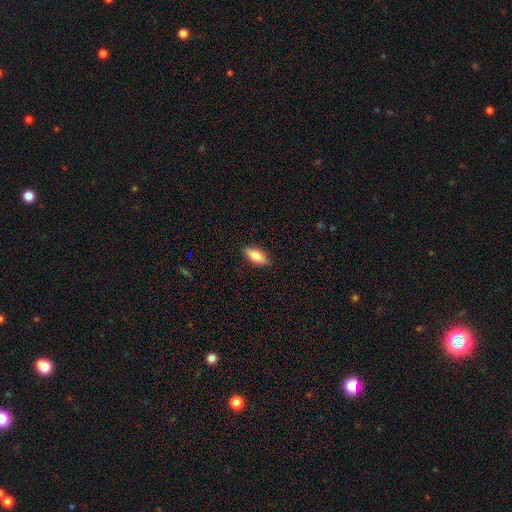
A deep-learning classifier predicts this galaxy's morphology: A smooth galaxy with no disk features (81%) that is in between round and cigar-shaped (78%). Merging: none (87%).